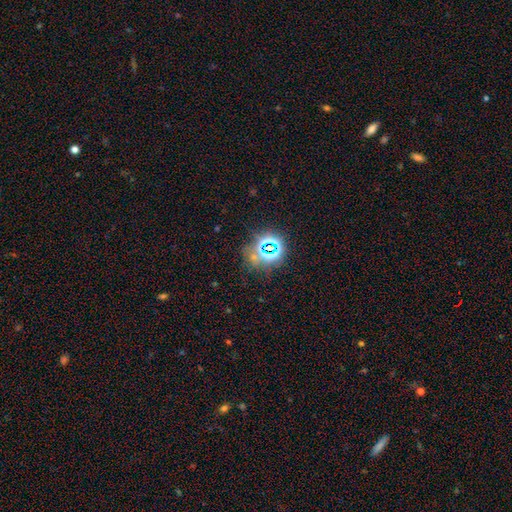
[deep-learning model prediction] A star or artifact, not a galaxy (69%).

Vote fractions:
- Smooth or featured? star or artifact: 69% / smooth: 21% / featured or disk: 10%